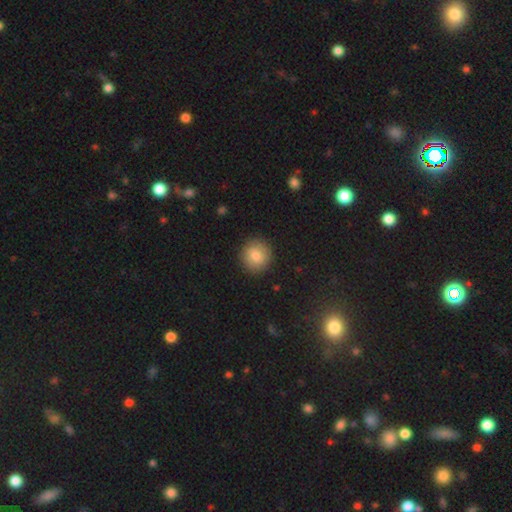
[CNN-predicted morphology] A smooth galaxy with no disk features (84%) that is round (90%). Merging: none (89%).